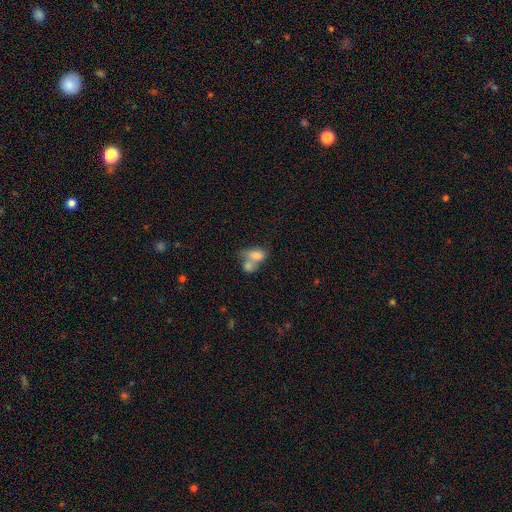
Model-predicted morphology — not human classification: Smooth or featured?
  - smooth: 75% *
  - featured or disk: 16%
  - star or artifact: 9%
How rounded?
  - in between: 82% *
  - round: 16%
  - cigar-shaped: 2%
Merging?
  - merger: 68% *
  - none: 17%
  - minor disturbance: 8%
  - major disturbance: 7%